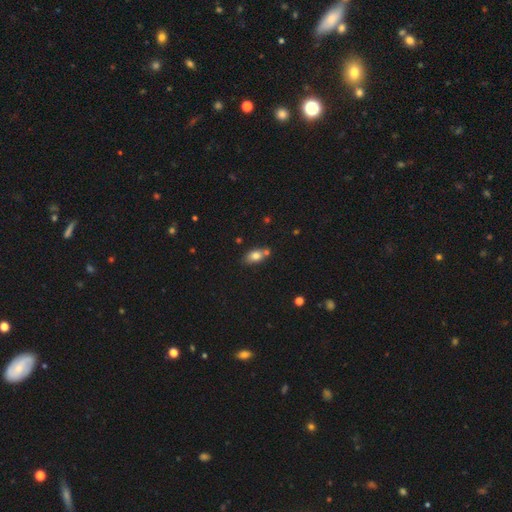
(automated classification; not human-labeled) Smooth or featured? Predicted: smooth (p=0.77). How rounded? Predicted: in between (p=0.83). Merging? Predicted: none (p=0.62).